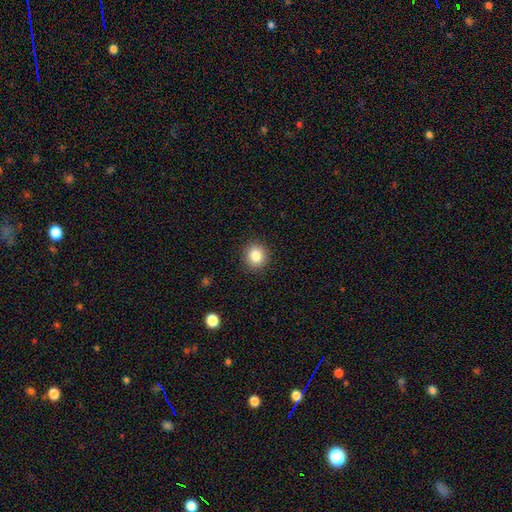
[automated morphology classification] Smooth or featured: smooth — 84% (star or artifact — 10%)
How rounded: round — 89% (in between — 10%)
Merging: none — 91% (minor disturbance — 6%)